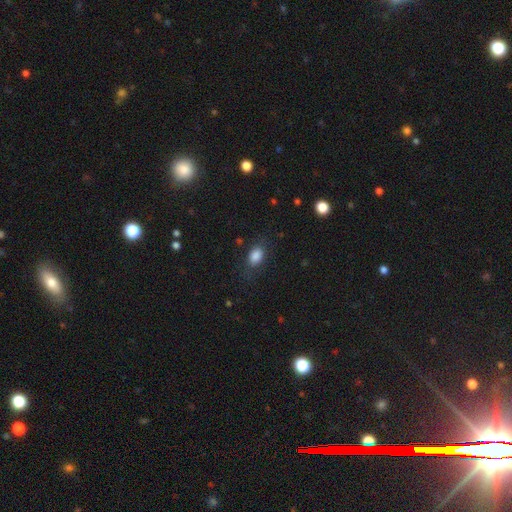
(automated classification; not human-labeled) This appears to be a smooth galaxy with no disk features (84%) that is in between round and cigar-shaped (82%). Merging: none (74%).